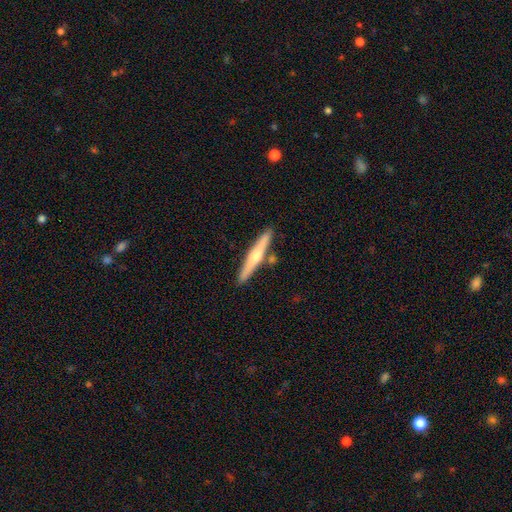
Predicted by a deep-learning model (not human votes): This appears to be a featured or disk galaxy (52%) viewed edge-on (97%) with a rounded central bulge (81%). Merging: none (84%).